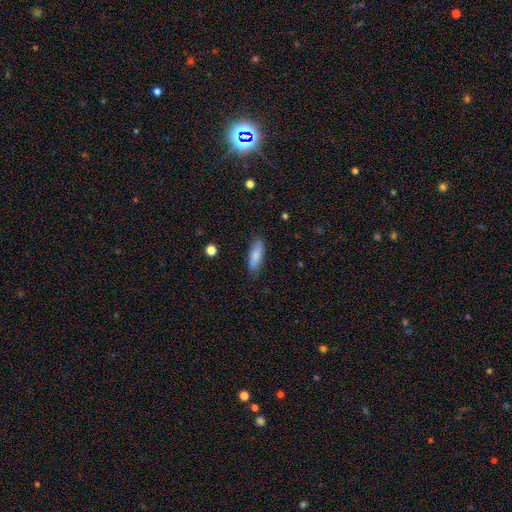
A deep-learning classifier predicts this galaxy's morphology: Overall: smooth (81%). How rounded: in between (64%; cigar-shaped 34%). Merging: none (81%).